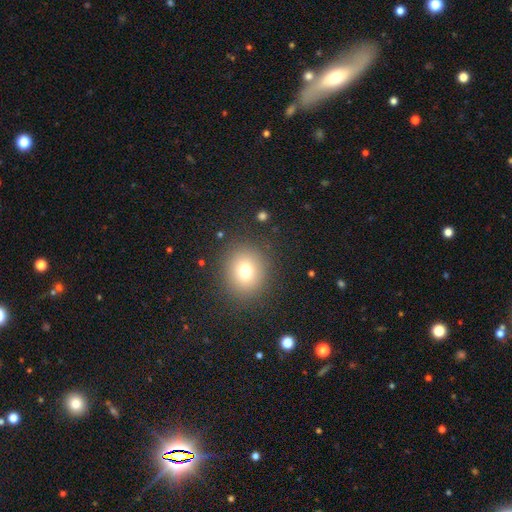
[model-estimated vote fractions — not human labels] This is likely a smooth galaxy (64%). How rounded: likely round (77%). Merging: clearly none (90%).